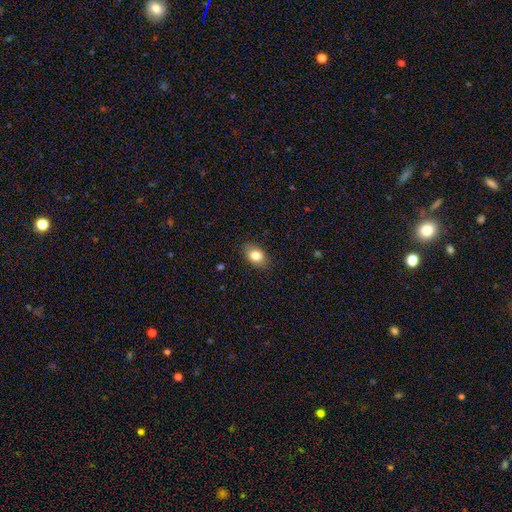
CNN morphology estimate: smooth-or-featured: smooth: 82% | featured or disk: 10% | star or artifact: 8%
  how-rounded: in between: 79% | round: 20% | cigar-shaped: 1%
  merging: none: 84% | minor disturbance: 13% | major disturbance: 3% | merger: 1%